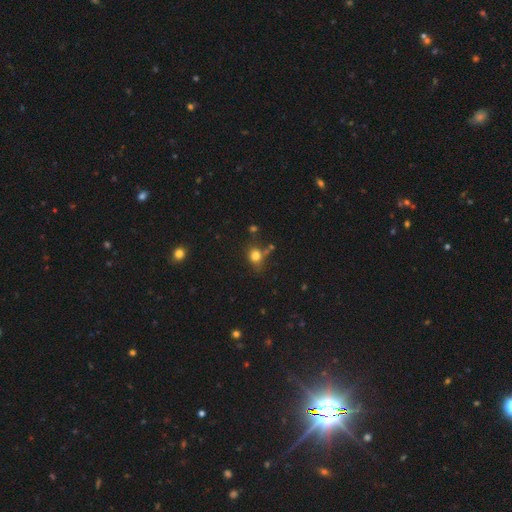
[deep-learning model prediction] This is likely a smooth galaxy (77%). How rounded: likely round (67%). Merging: likely none (60%).